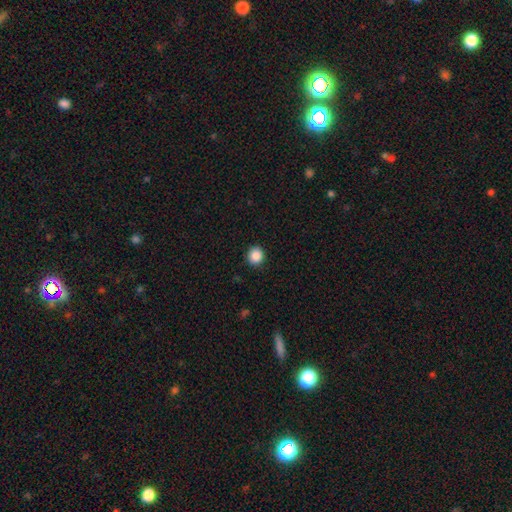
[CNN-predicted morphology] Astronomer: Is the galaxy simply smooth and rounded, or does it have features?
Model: smooth — 88%.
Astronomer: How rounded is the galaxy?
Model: round — 89%.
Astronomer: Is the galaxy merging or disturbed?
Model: none — 91%.